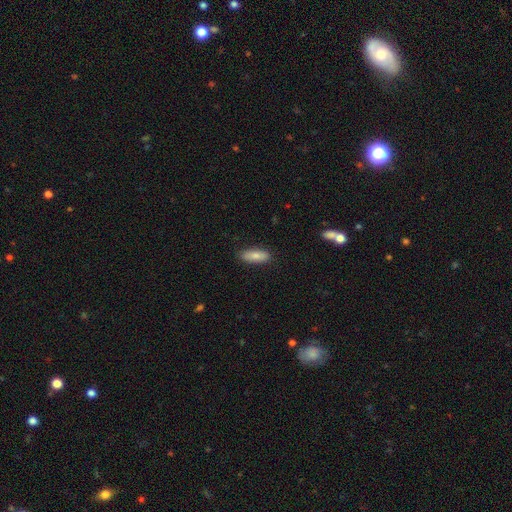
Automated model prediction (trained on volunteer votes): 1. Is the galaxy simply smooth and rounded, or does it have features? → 77% smooth, 16% featured or disk, 7% star or artifact.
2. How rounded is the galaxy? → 69% in between, 29% cigar-shaped, 2% round.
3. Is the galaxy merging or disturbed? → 86% none, 11% minor disturbance, 2% major disturbance, 1% merger.